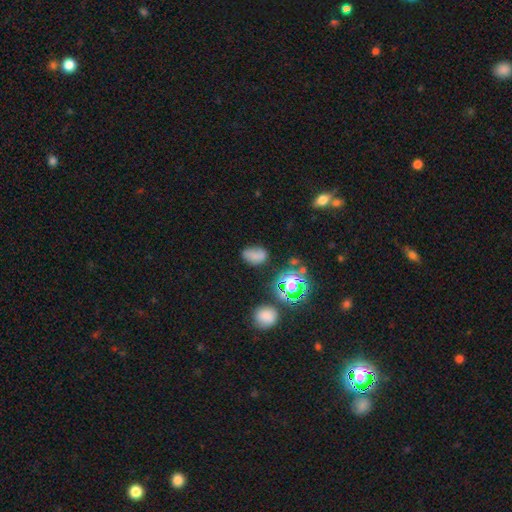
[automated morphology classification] Overall: smooth (64%). How rounded: in between (80%). Merging: none (60%; minor disturbance 25%).